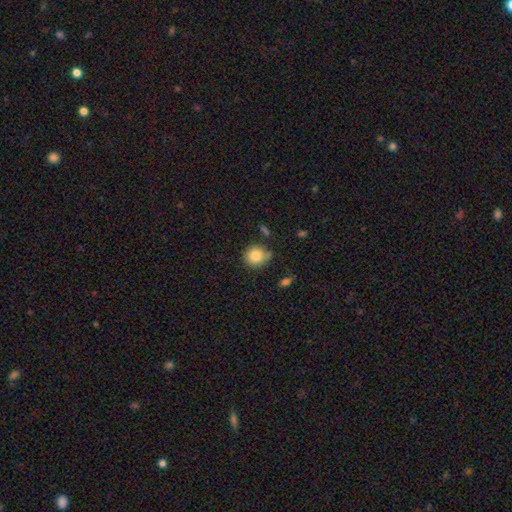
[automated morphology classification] smooth 85%, star or artifact 9%, featured or disk 6%. Down the decision tree: how rounded — round (87%); merging — none (74%).